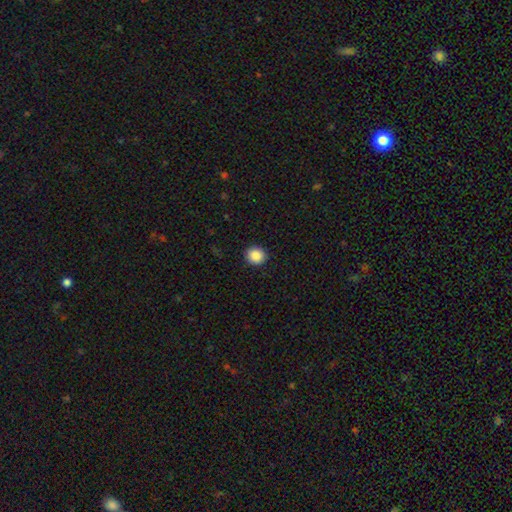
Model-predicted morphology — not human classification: Overall: smooth (89%). How rounded: round (86%). Merging: none (91%).